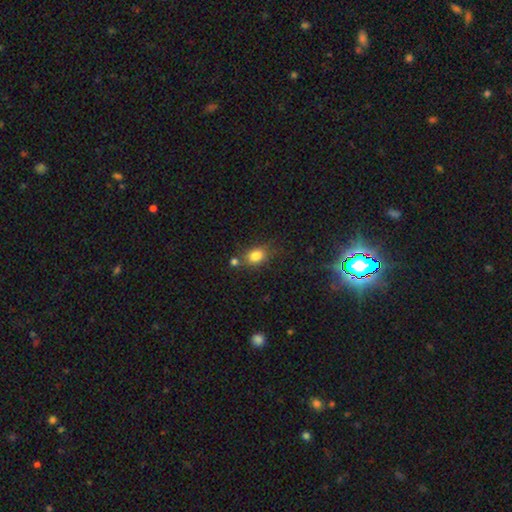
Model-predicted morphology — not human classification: Overall: smooth (82%). How rounded: in between (64%; round 34%). Merging: none (64%).